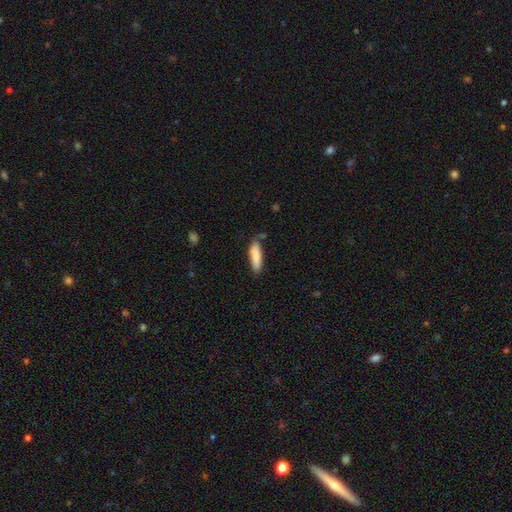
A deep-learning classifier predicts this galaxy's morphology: type=smooth (85%); roundness=cigar-shaped (62%); merging=none (72%).